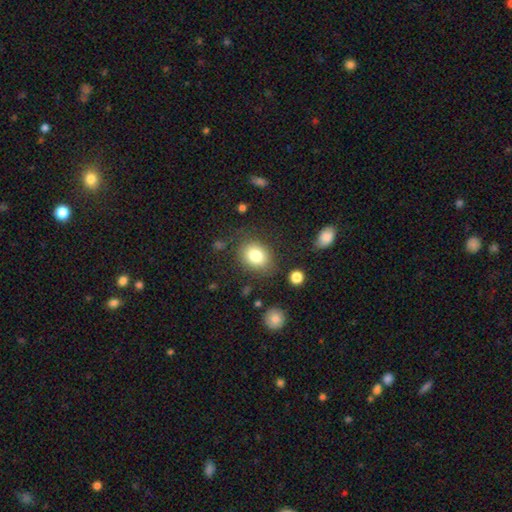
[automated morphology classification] A smooth galaxy with no disk features (82%) that is in between round and cigar-shaped (53%). Merging: none (78%).